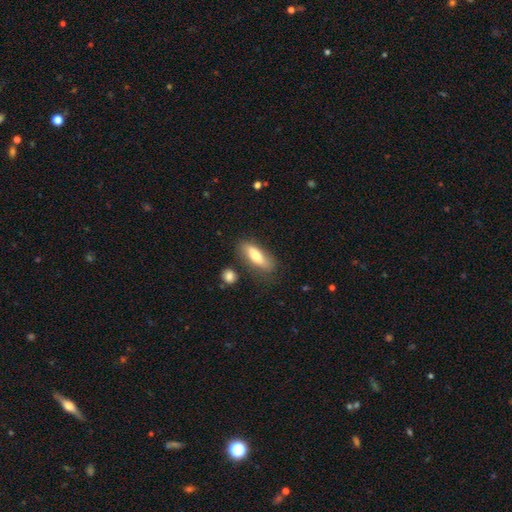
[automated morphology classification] The model was most divided on "how rounded": in between: 61%, cigar-shaped: 36%, round: 3%. More confident: merging — none (75%); smooth or featured — smooth (68%).